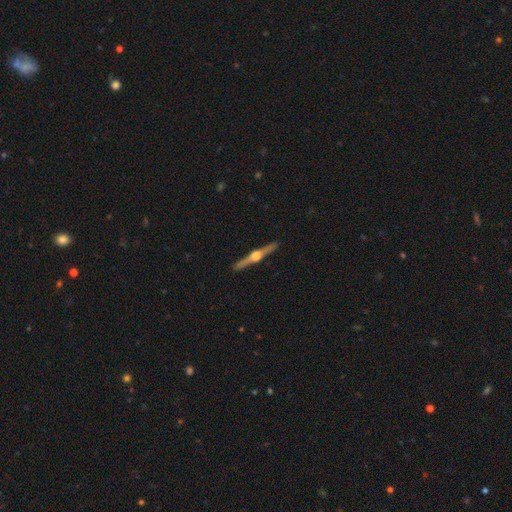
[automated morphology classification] Smooth or featured: featured or disk — 85% (smooth — 11%)
Edge-on disk: yes — 98% (no — 2%)
Edge-on bulge: rounded — 96% (boxy — 3%)
Merging: none — 92% (minor disturbance — 5%)